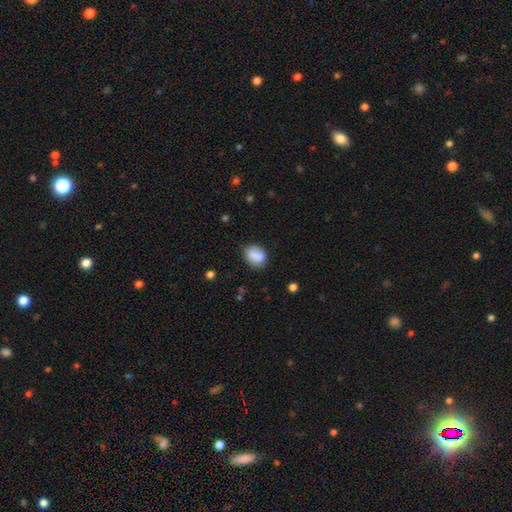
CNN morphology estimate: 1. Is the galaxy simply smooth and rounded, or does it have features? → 81% smooth, 11% featured or disk, 8% star or artifact.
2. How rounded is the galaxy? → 59% in between, 40% round, 1% cigar-shaped.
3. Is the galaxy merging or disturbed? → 71% none, 18% minor disturbance, 7% merger, 4% major disturbance.